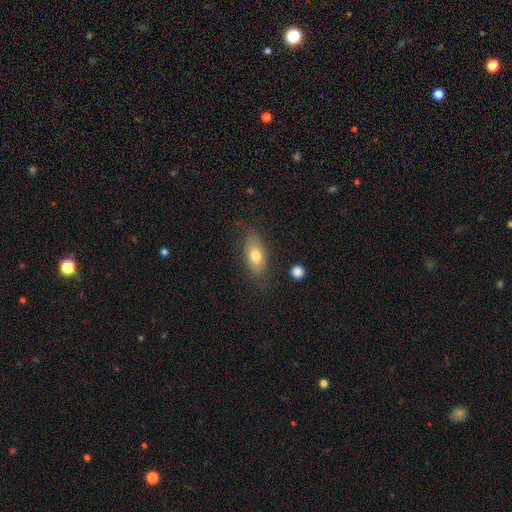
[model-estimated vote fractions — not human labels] smooth 72%, featured or disk 21%, star or artifact 8%. Down the decision tree: how rounded — in between (87%); merging — none (71%).